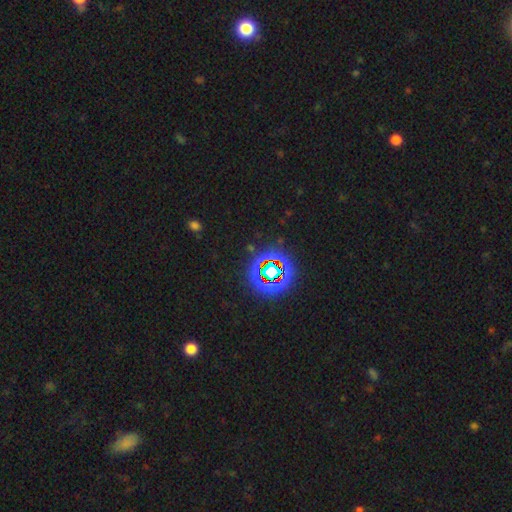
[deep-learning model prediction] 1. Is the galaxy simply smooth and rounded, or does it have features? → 78% star or artifact, 13% smooth, 9% featured or disk.